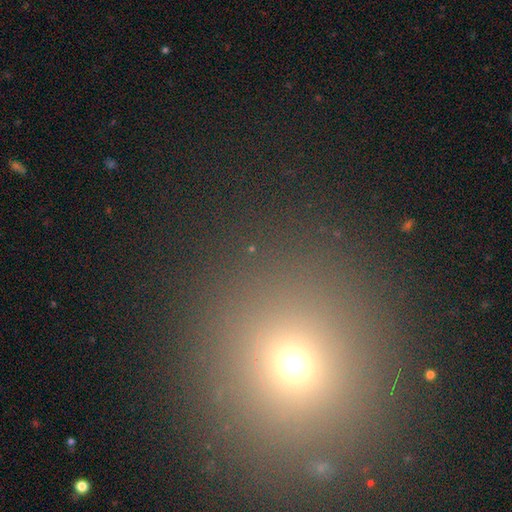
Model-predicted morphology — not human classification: Smooth or featured?
  - smooth: 60% *
  - star or artifact: 31%
  - featured or disk: 9%
How rounded?
  - round: 90% *
  - in between: 9%
  - cigar-shaped: 1%
Merging?
  - none: 87% *
  - minor disturbance: 6%
  - major disturbance: 3%
  - merger: 3%